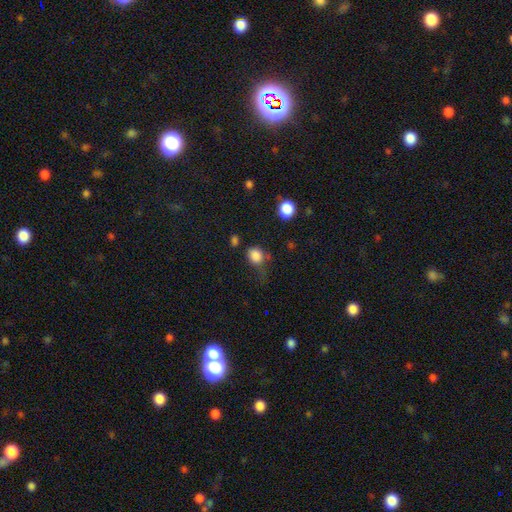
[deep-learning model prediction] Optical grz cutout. It shows a smooth galaxy with no disk features (84%) that is round (63%). Merging: none (53%).